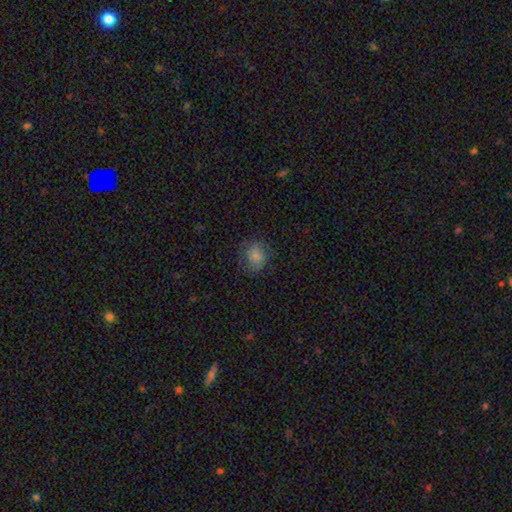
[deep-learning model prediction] This is likely a smooth galaxy (76%). How rounded: likely round (66%). Merging: likely none (77%).